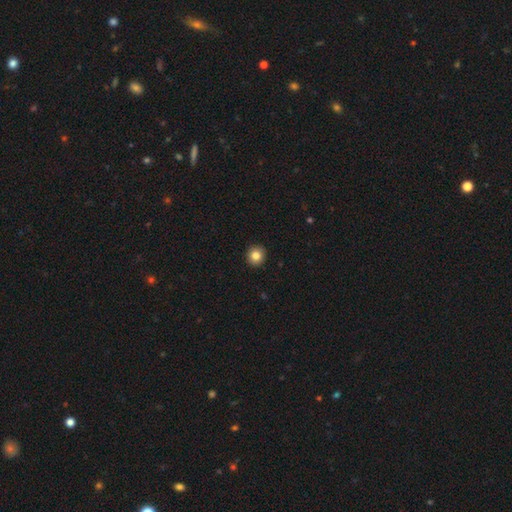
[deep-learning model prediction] Q: Smooth or featured?
A: smooth (83%); runner-up: star or artifact (10%)
Q: How rounded?
A: round (91%); runner-up: in between (8%)
Q: Merging?
A: none (93%); runner-up: minor disturbance (5%)